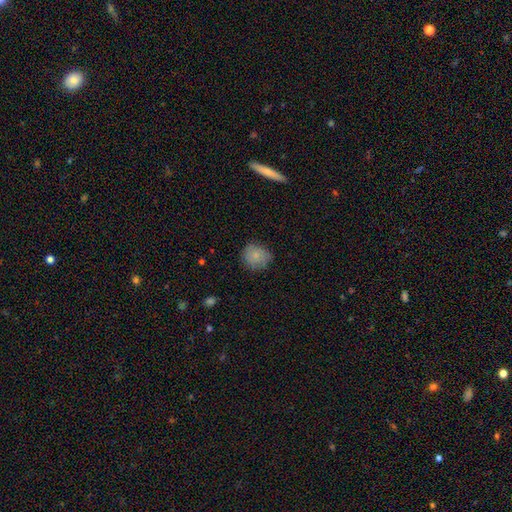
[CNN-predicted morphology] This appears to be a smooth galaxy with no disk features (80%) that is round (83%). Merging: none (77%).